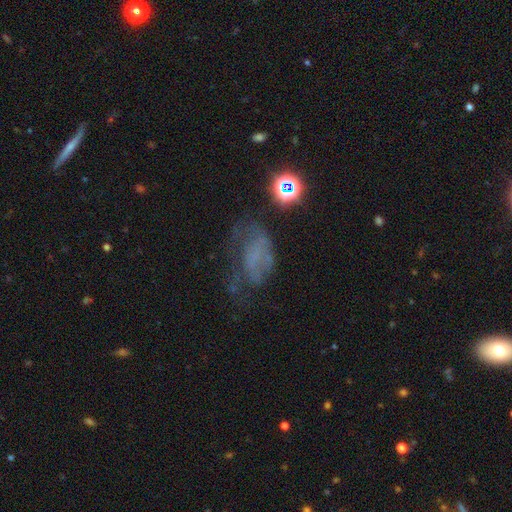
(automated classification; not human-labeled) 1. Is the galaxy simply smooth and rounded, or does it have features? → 44% featured or disk, 32% smooth, 25% star or artifact.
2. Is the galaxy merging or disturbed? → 37% major disturbance, 36% none, 23% minor disturbance, 4% merger.